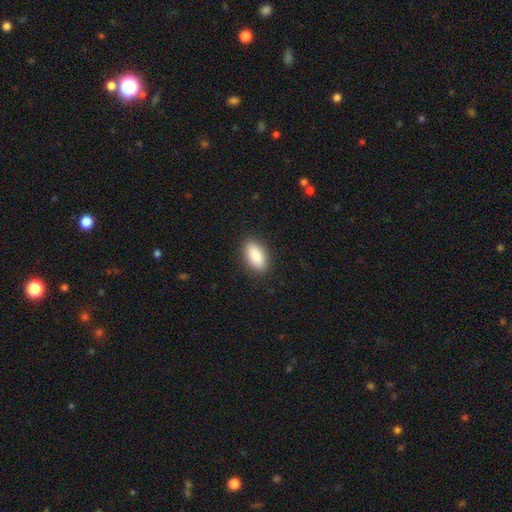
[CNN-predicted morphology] Smooth or featured?
  - smooth: 90% *
  - star or artifact: 6%
  - featured or disk: 4%
How rounded?
  - in between: 91% *
  - cigar-shaped: 6%
  - round: 3%
Merging?
  - none: 88% *
  - minor disturbance: 8%
  - major disturbance: 2%
  - merger: 1%